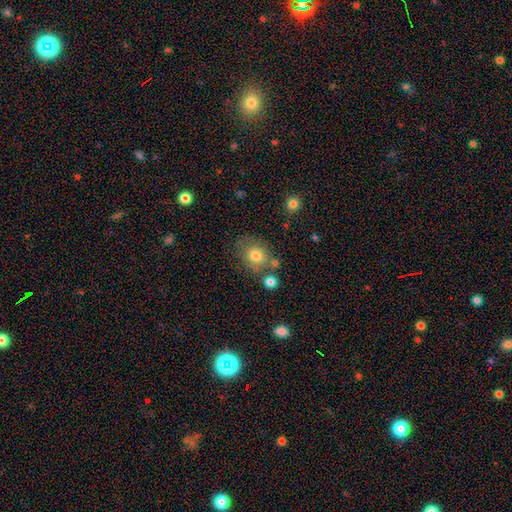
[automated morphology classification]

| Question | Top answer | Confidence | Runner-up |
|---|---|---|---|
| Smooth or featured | smooth | 76% | featured or disk (14%) |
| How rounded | round | 61% | in between (38%) |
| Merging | none | 64% | minor disturbance (17%) |